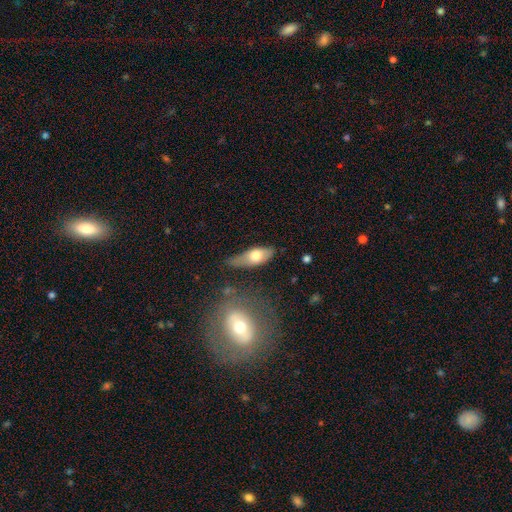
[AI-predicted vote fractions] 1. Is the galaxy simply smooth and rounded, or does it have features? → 62% smooth, 32% featured or disk, 6% star or artifact.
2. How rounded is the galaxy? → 74% in between, 22% cigar-shaped, 4% round.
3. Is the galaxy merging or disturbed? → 54% none, 30% minor disturbance, 11% major disturbance, 5% merger.